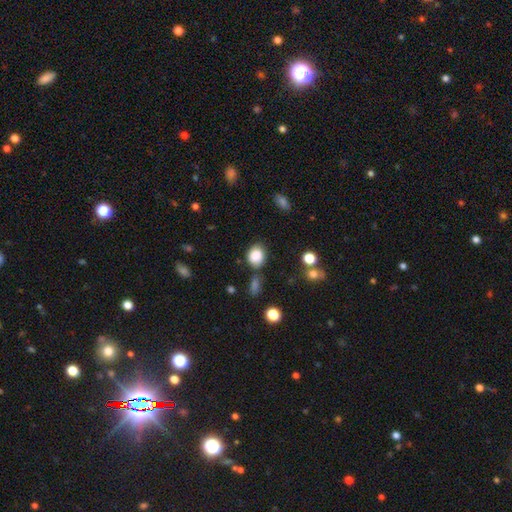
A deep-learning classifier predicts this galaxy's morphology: Q: Smooth or featured?
A: smooth (86%); runner-up: star or artifact (9%)
Q: How rounded?
A: in between (52%); runner-up: round (47%)
Q: Merging?
A: none (67%); runner-up: minor disturbance (18%)